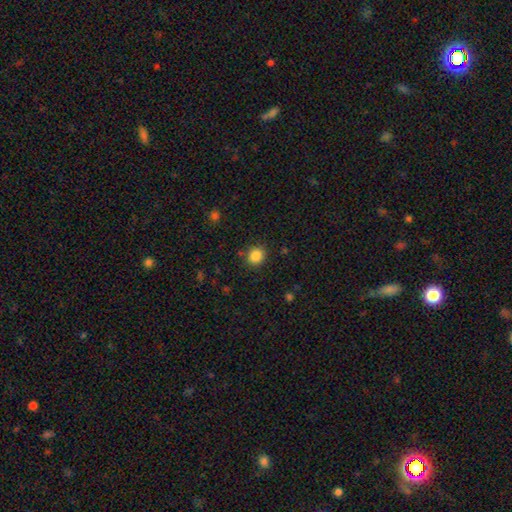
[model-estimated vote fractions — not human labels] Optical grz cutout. It shows a smooth galaxy with no disk features (85%) that is round (78%). Merging: none (85%).